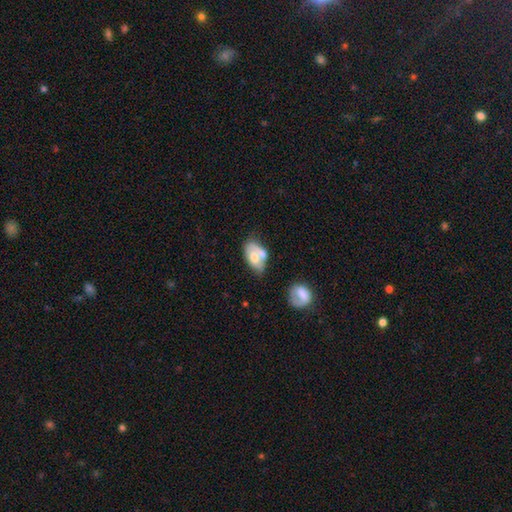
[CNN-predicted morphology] Smooth or featured? smooth (60%)
How rounded? in between (89%)
Merging? merger (37%)